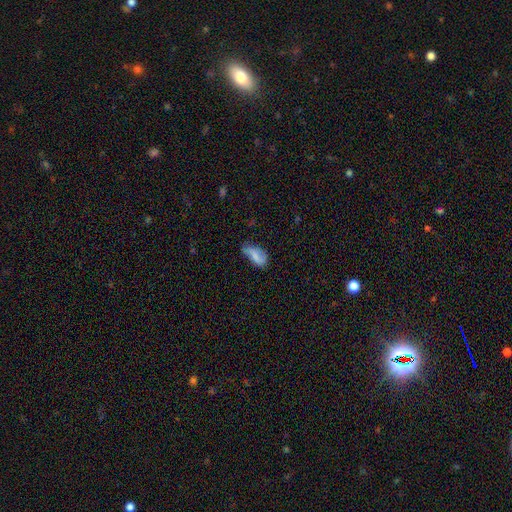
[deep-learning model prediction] A smooth galaxy with no disk features (66%) that is in between round and cigar-shaped (89%). Merging: none (41%).